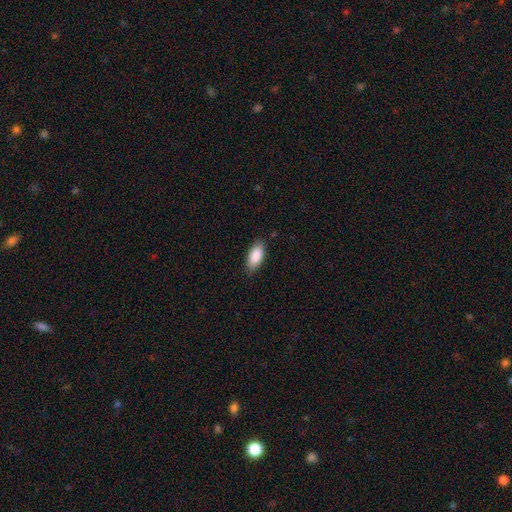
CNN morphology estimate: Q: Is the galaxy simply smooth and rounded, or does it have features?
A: smooth — 89%.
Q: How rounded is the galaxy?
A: in between — 88%.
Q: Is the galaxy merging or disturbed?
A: none — 84%.